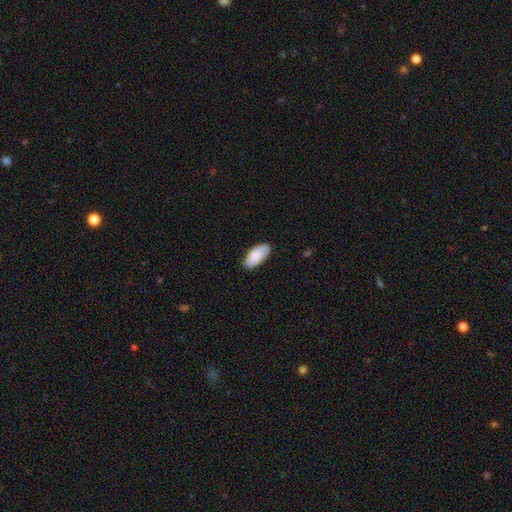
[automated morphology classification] smooth_or_featured: smooth (p=0.83) [alt: featured or disk p=0.11]
how_rounded: in between (p=0.93) [alt: cigar-shaped p=0.05]
merging: none (p=0.84) [alt: minor disturbance p=0.13]